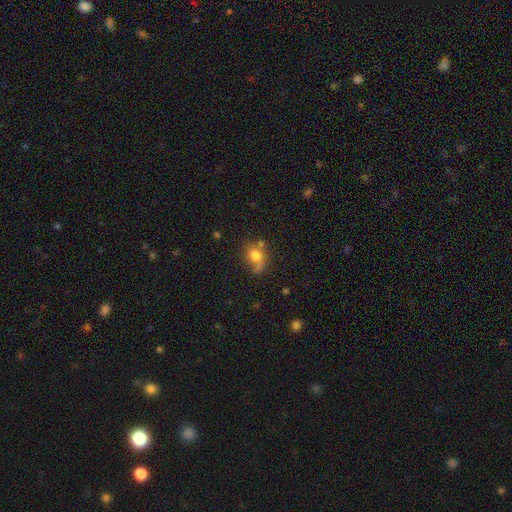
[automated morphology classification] smooth-or-featured: smooth: 72% | featured or disk: 17% | star or artifact: 11%
  how-rounded: round: 60% | in between: 39% | cigar-shaped: 2%
  merging: none: 46% | minor disturbance: 23% | major disturbance: 17% | merger: 14%